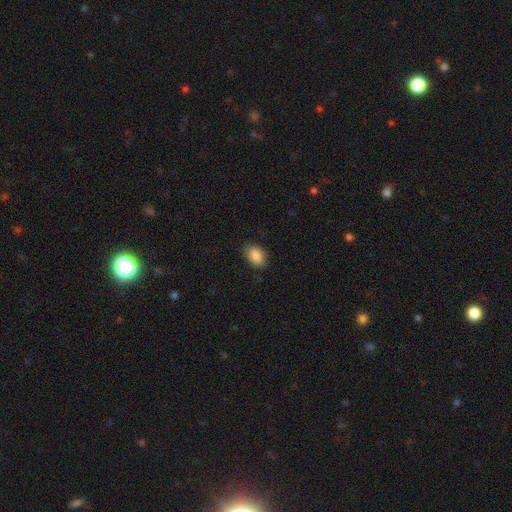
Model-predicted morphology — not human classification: Overall: smooth (87%). How rounded: in between (89%). Merging: none (82%).